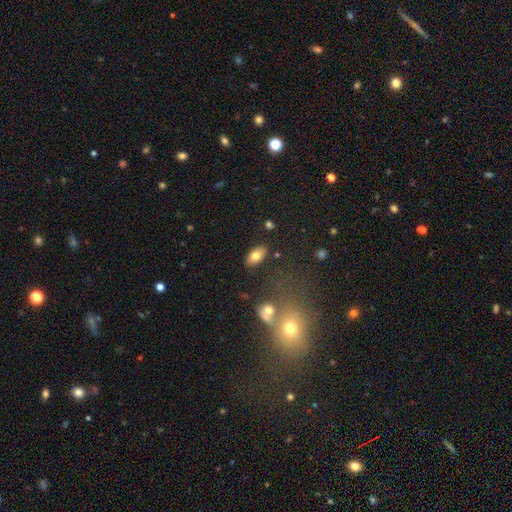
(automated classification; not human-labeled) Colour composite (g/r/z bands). It shows a smooth galaxy with no disk features (75%) that is in between round and cigar-shaped (92%). Merging: none (85%).